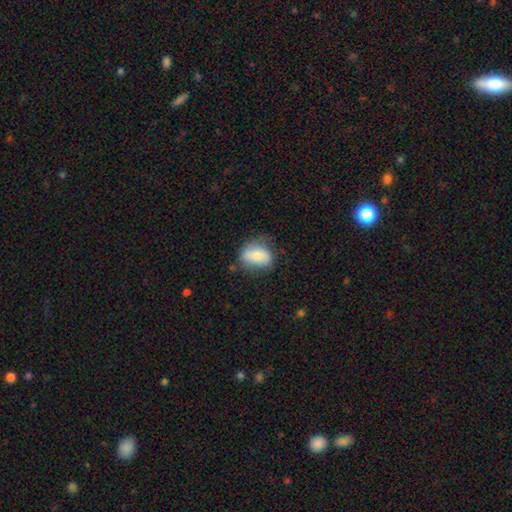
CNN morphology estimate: The model was most divided on "merging": none: 63%, minor disturbance: 26%, major disturbance: 8%, merger: 2%. More confident: how rounded — in between (72%); smooth or featured — smooth (71%).